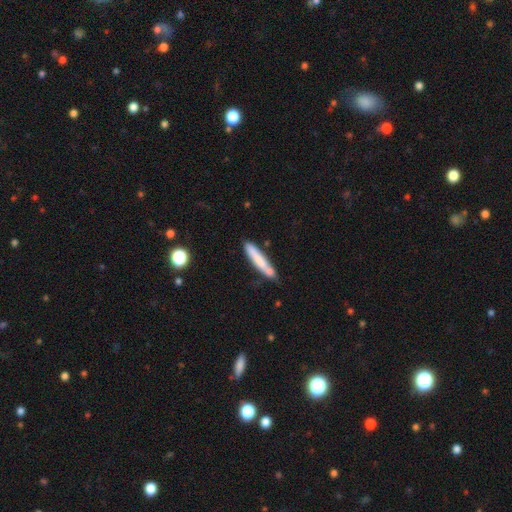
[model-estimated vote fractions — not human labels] Smooth or featured? Predicted: smooth (p=0.71). How rounded? Predicted: cigar-shaped (p=0.92). Merging? Predicted: none (p=0.66).